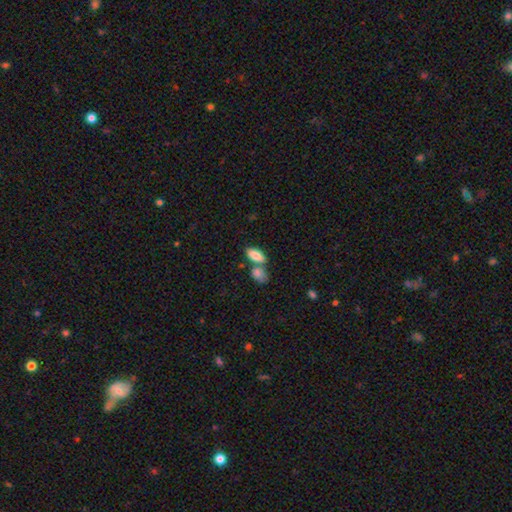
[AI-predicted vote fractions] Q: Smooth or featured?
A: smooth (84%); runner-up: featured or disk (9%)
Q: How rounded?
A: in between (88%); runner-up: cigar-shaped (8%)
Q: Merging?
A: none (49%); runner-up: merger (36%)